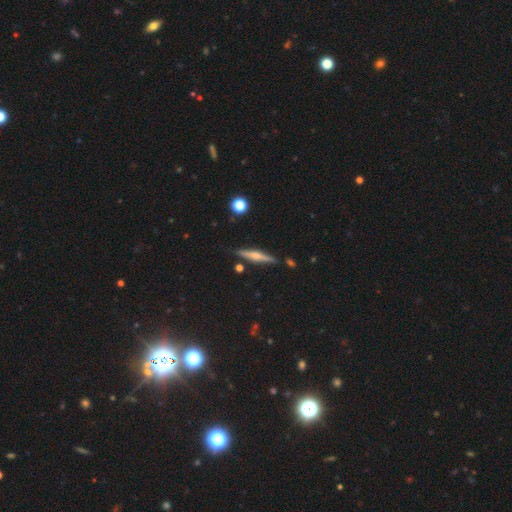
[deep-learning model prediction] Smooth or featured? featured or disk (60%)
Edge-on disk? yes (96%)
Edge-on bulge? rounded (79%)
Merging? none (85%)